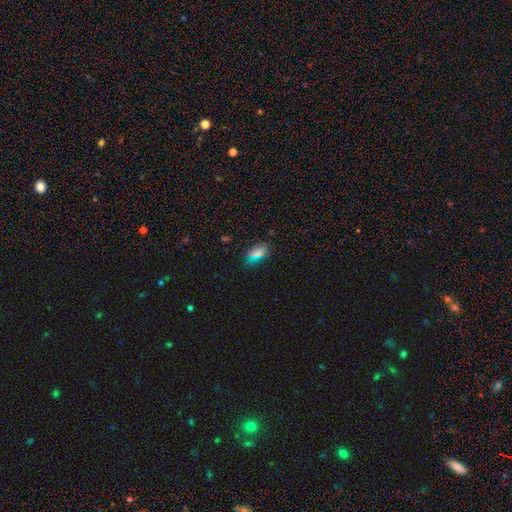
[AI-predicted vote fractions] Smooth or featured?
  - smooth: 70% *
  - star or artifact: 21%
  - featured or disk: 9%
How rounded?
  - in between: 83% *
  - cigar-shaped: 10%
  - round: 8%
Merging?
  - none: 80% *
  - minor disturbance: 14%
  - major disturbance: 4%
  - merger: 2%